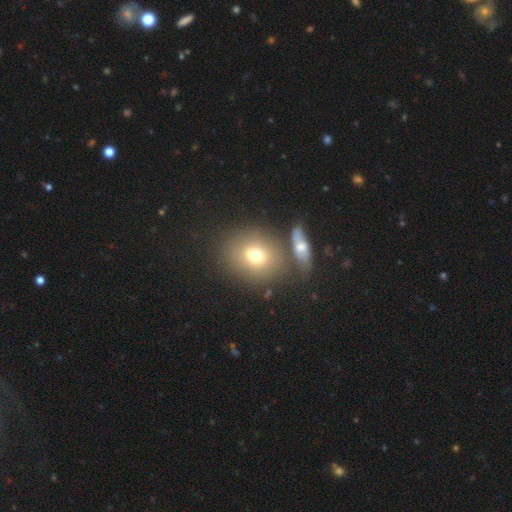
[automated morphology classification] Smooth or featured? smooth (69%)
How rounded? round (63%)
Merging? none (64%)